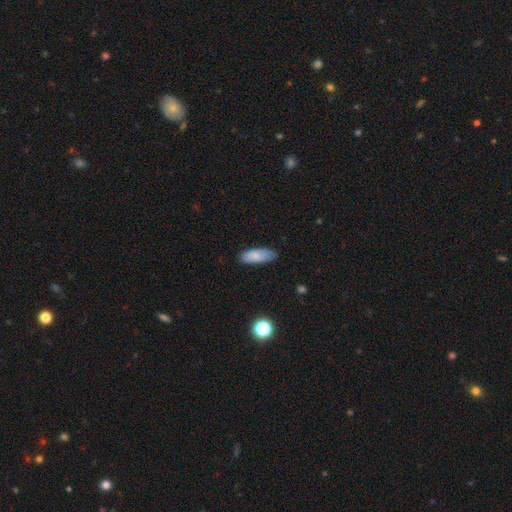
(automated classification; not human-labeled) Smooth or featured? Predicted: smooth (p=0.81). How rounded? Predicted: in between (p=0.76). Merging? Predicted: none (p=0.69).